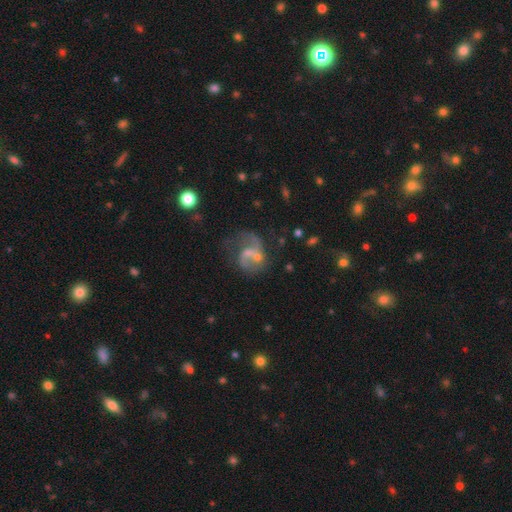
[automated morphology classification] smooth-or-featured: featured or disk: 72% | smooth: 16% | star or artifact: 12%
  disk-edge-on: no: 98% | yes: 2%
    bar: no: 47% | weak: 42% | strong: 11%
    has-spiral-arms: yes: 83% | no: 17%
      spiral-winding: loose: 54% | medium: 37% | tight: 9%
      spiral-arm-count: 2: 63% | 1: 26% | can't tell: 7% | 3: 2% | 4: 1% | more than 4: 1%
    bulge-size: small: 49% | moderate: 24% | none: 23% | large: 3% | dominant: 1%
  merging: none: 40% | major disturbance: 24% | merger: 19% | minor disturbance: 17%